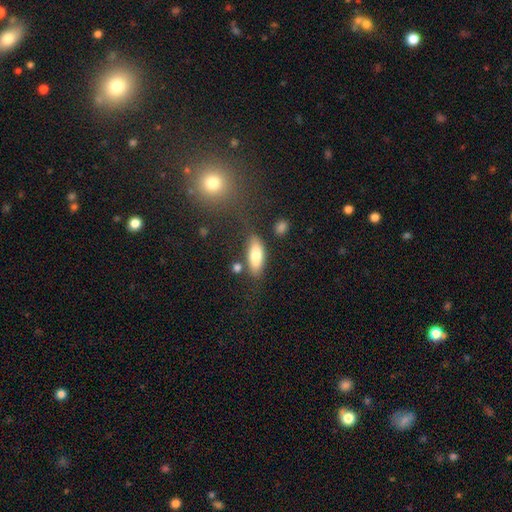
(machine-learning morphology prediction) type=smooth (77%); roundness=in between (74%); merging=none (73%).